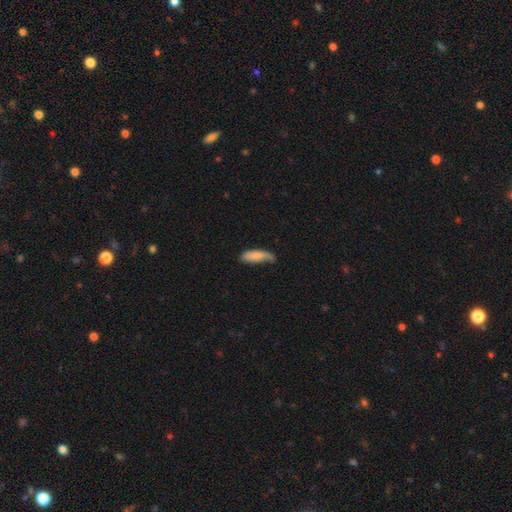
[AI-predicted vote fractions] A smooth galaxy with no disk features (78%) that is in between round and cigar-shaped (56%).

Vote fractions:
- Smooth or featured? smooth: 78% / featured or disk: 16% / star or artifact: 6%
- How rounded? in between: 56% / cigar-shaped: 42% / round: 2%
- Merging? none: 46% / minor disturbance: 37% / major disturbance: 13% / merger: 4%